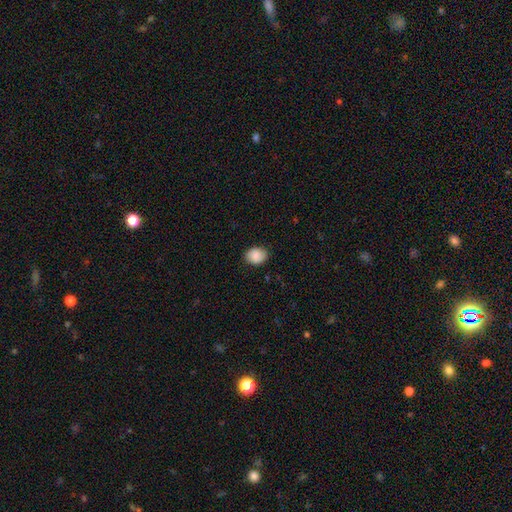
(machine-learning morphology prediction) smooth 83%, featured or disk 10%, star or artifact 7%. Down the decision tree: how rounded — in between (53%); merging — none (83%).